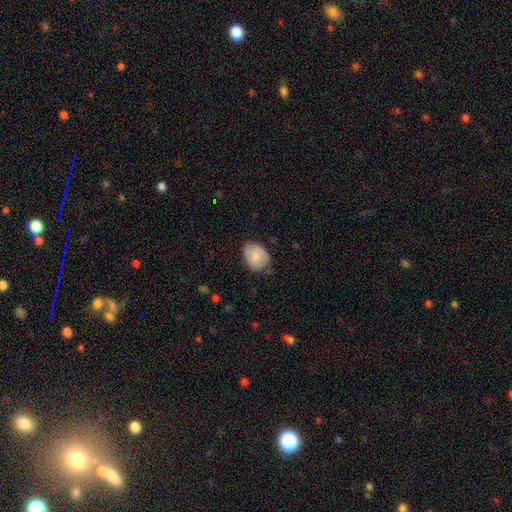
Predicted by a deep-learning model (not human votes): Overall: smooth (73%). How rounded: in between (64%; round 35%). Merging: none (66%; minor disturbance 27%).